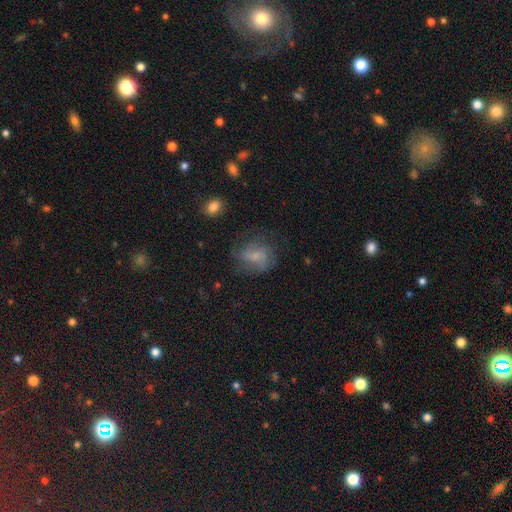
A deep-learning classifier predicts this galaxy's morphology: A smooth galaxy with no disk features (48%). Merging: none (63%).